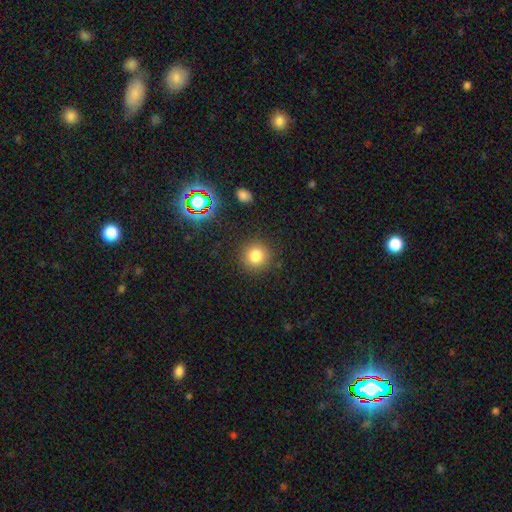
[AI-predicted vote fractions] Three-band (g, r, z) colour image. It shows a smooth galaxy with no disk features (80%) that is round (93%). Merging: none (89%).